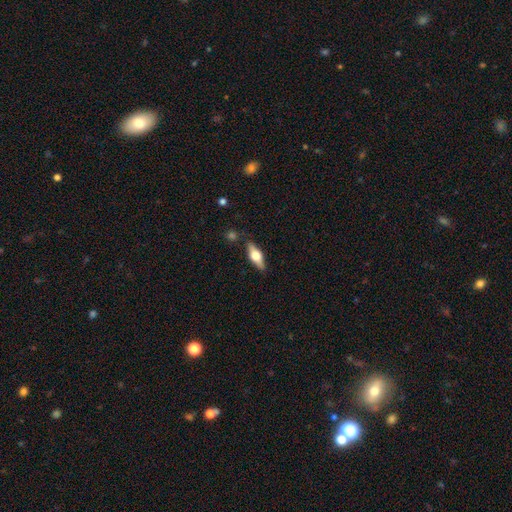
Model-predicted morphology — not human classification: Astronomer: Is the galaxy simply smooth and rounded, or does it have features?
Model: featured or disk — 52% (runner-up: smooth, 42%).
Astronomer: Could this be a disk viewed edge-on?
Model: yes — 91%.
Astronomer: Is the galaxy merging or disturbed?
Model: none — 82%.